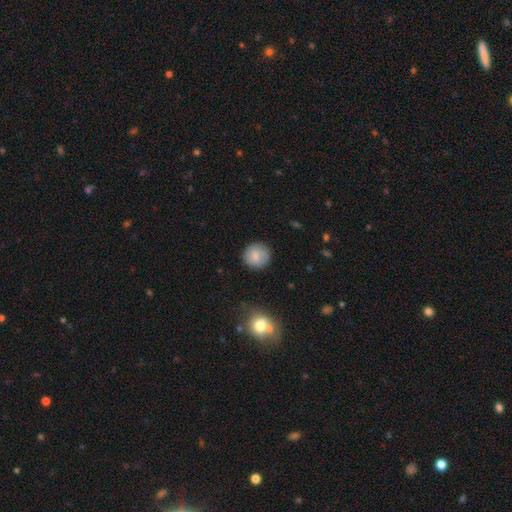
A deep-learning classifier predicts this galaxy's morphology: Smooth or featured? Predicted: smooth (p=0.82). How rounded? Predicted: round (p=0.92). Merging? Predicted: none (p=0.87).